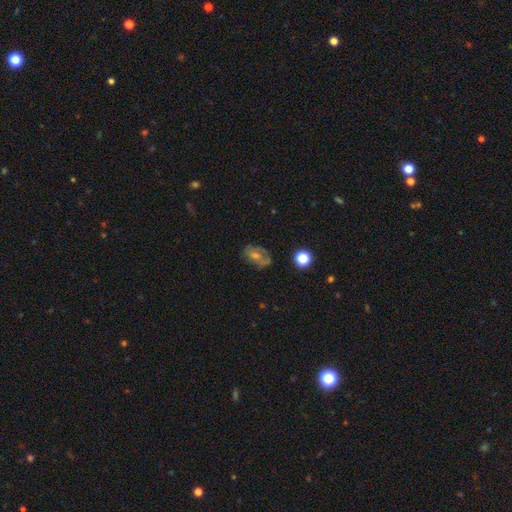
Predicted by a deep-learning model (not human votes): smooth_or_featured: featured or disk (p=0.43) [alt: smooth p=0.36]
merging: none (p=0.66) [alt: minor disturbance p=0.21]